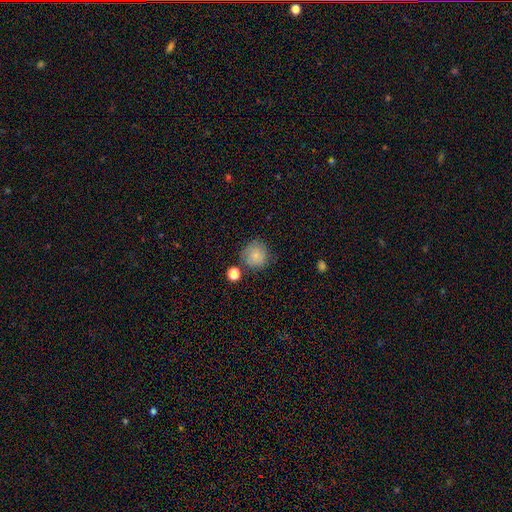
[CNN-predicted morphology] The model was most divided on "merging": none: 69%, minor disturbance: 17%, merger: 7%, major disturbance: 6%. More confident: how rounded — round (90%); smooth or featured — smooth (74%).